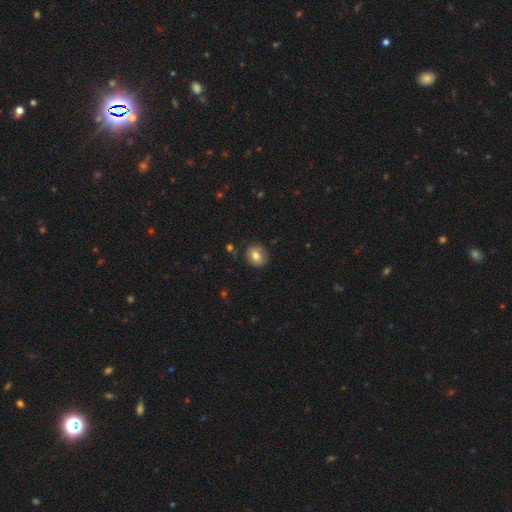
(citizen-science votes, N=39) smooth-or-featured: smooth: 69% | featured or disk: 23% | star or artifact: 8%
  how-rounded: round: 59% | in between: 41% | cigar-shaped: 0%
  merging: none: 81% | minor disturbance: 17% | major disturbance: 3% | merger: 0%